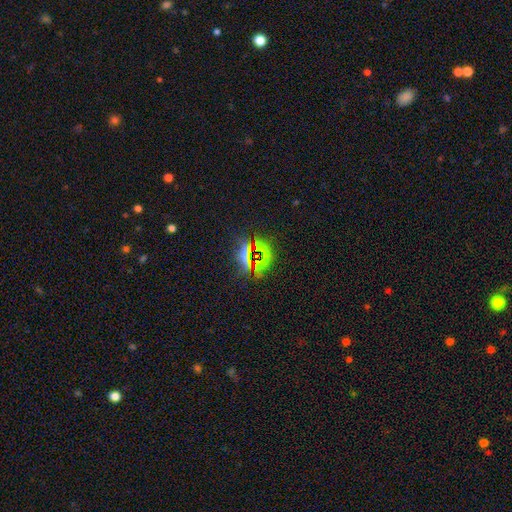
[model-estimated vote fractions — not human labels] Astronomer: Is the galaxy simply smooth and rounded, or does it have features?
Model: star or artifact — 64%.